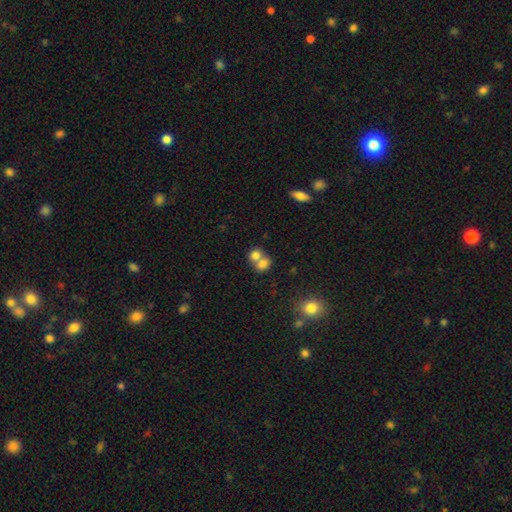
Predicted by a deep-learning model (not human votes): Overall: smooth (76%). How rounded: round (60%; in between 39%). Merging: merger (65%; none 26%).